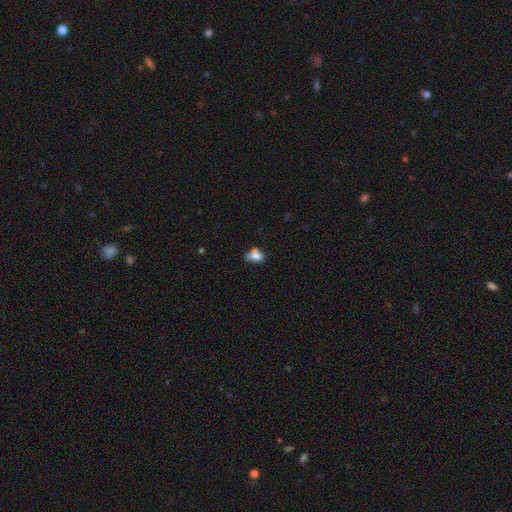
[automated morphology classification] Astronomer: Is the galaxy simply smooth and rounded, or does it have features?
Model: smooth — 74%.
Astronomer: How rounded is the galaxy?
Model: in between — 62% (runner-up: round, 37%).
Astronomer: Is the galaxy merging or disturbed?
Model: none — 40% (runner-up: minor disturbance, 32%).